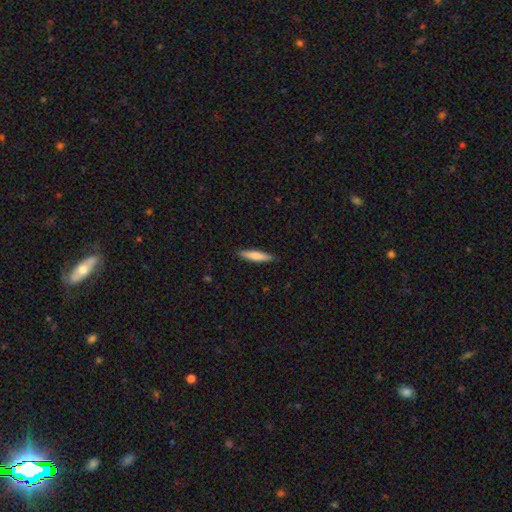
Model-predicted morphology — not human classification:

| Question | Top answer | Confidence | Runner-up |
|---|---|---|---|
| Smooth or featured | smooth | 74% | featured or disk (20%) |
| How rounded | cigar-shaped | 85% | in between (13%) |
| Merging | none | 90% | minor disturbance (8%) |